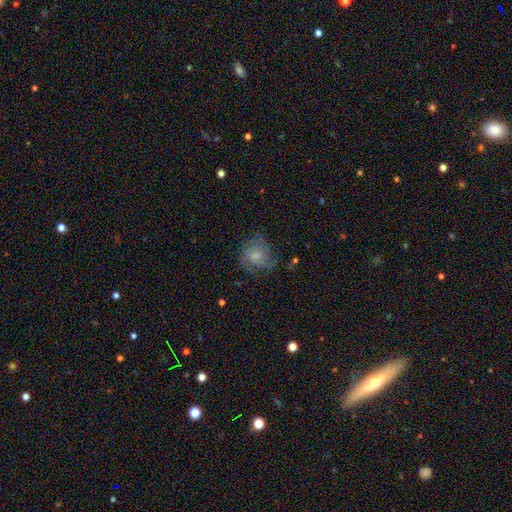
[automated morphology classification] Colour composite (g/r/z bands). It shows a smooth galaxy with no disk features (52%) that is round (67%). Merging: none (52%).